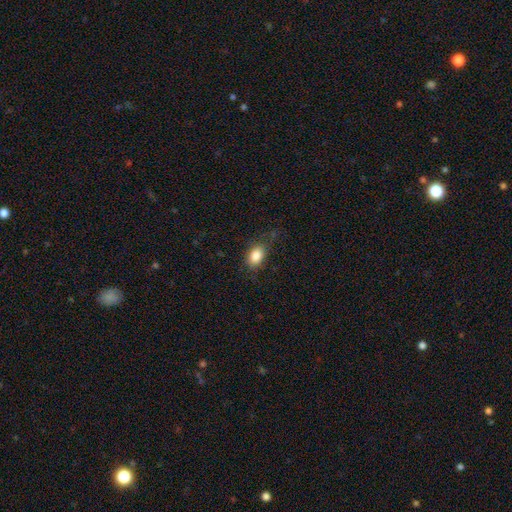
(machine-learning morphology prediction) Q: Smooth or featured?
A: smooth (85%); runner-up: star or artifact (9%)
Q: How rounded?
A: in between (83%); runner-up: round (15%)
Q: Merging?
A: none (76%); runner-up: minor disturbance (17%)